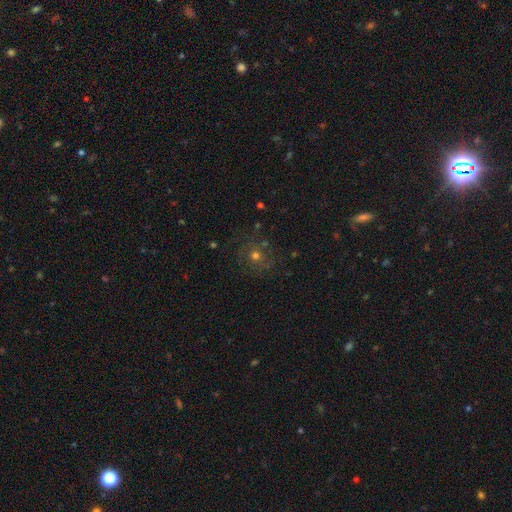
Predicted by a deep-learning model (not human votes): featured or disk 40%, smooth 36%, star or artifact 24%. Down the decision tree: merging — none (76%).